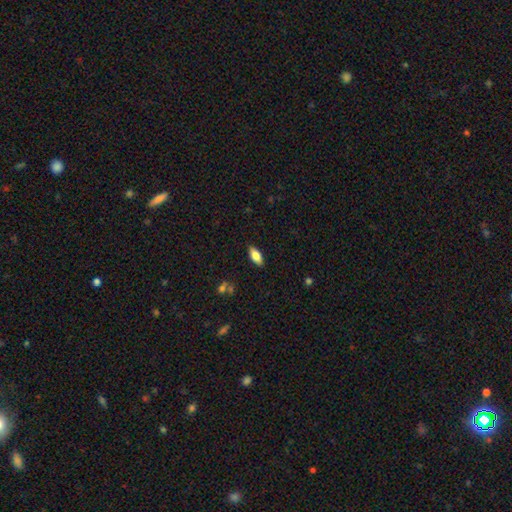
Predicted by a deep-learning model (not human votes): This appears to be a smooth galaxy with no disk features (79%) that is in between round and cigar-shaped (87%). Merging: none (88%).